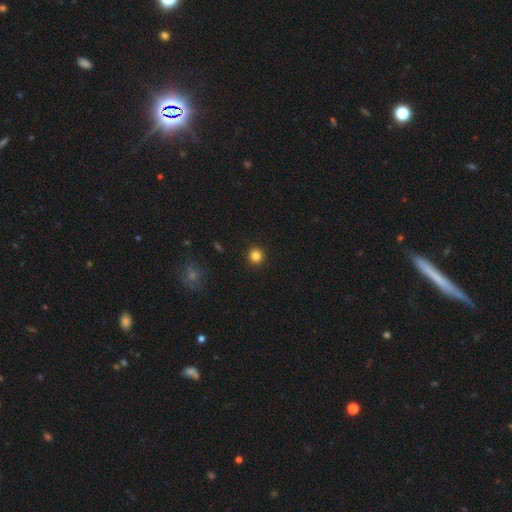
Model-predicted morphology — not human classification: A smooth galaxy with no disk features (84%) that is round (95%). Merging: none (92%).